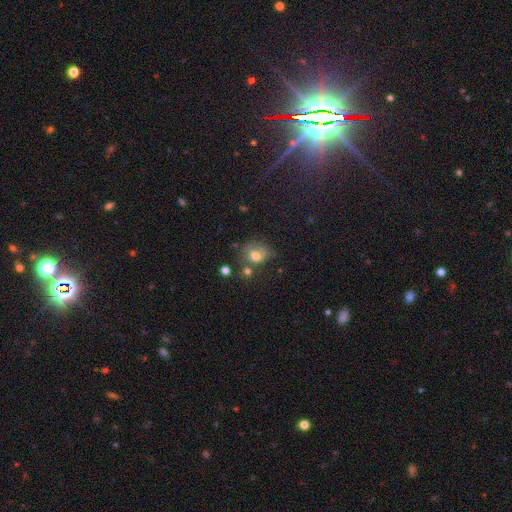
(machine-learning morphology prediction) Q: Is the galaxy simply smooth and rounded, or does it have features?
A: smooth — 66%.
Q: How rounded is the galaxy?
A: round — 60%.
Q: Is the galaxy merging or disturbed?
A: none — 40%.